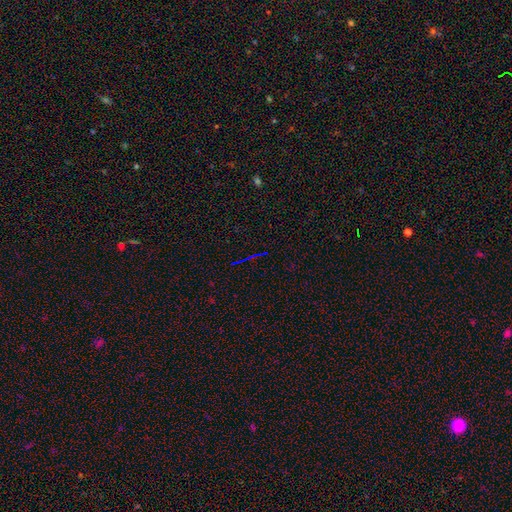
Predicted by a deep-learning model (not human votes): Smooth or featured: star or artifact — 76% (featured or disk — 13%)